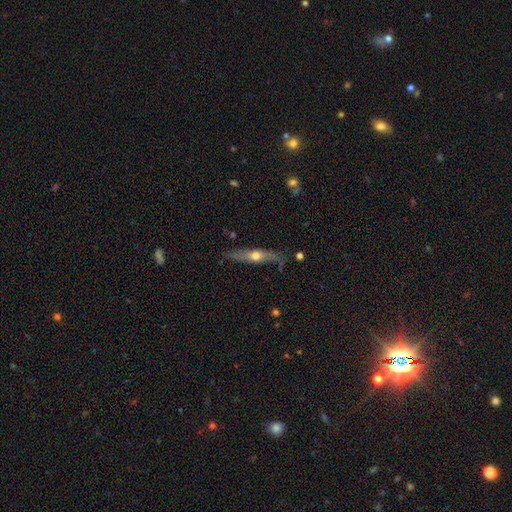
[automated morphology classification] type=featured or disk (59%); edge-on=yes (89%); edge-on bulge=rounded (90%); merging=none (79%).